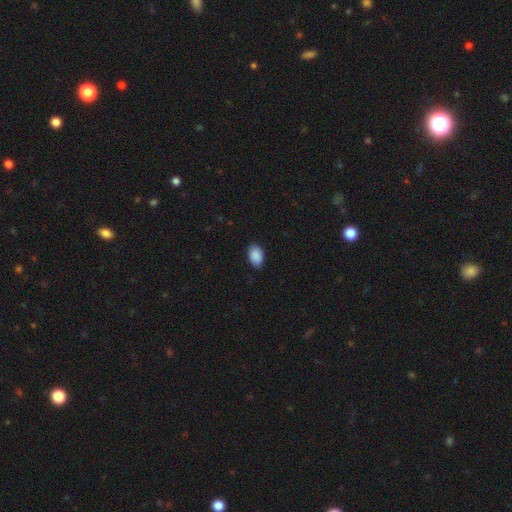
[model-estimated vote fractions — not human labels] Morphology: type=smooth (90%); roundness=in between (91%); merging=none (87%).